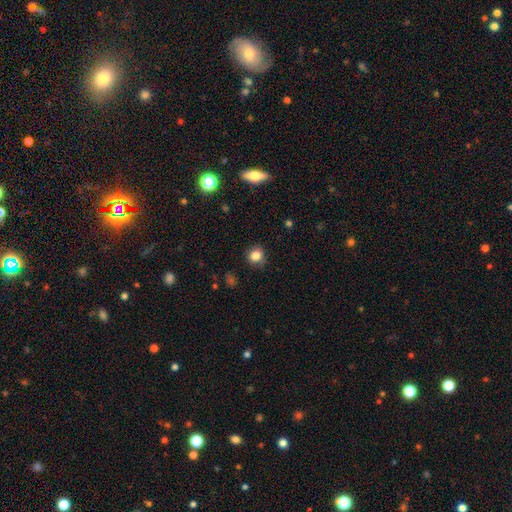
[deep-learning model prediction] Smooth or featured? Predicted: smooth (p=0.83). How rounded? Predicted: round (p=0.84). Merging? Predicted: none (p=0.86).